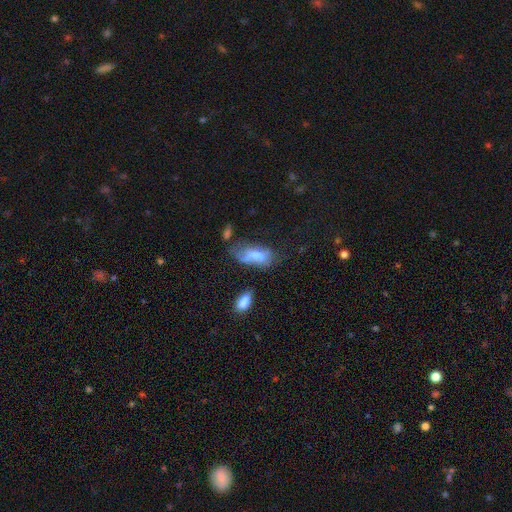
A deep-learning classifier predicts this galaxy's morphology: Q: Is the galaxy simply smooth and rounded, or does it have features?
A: smooth — 62%.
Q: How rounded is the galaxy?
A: in between — 84%.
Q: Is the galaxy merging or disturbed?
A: none — 32%.